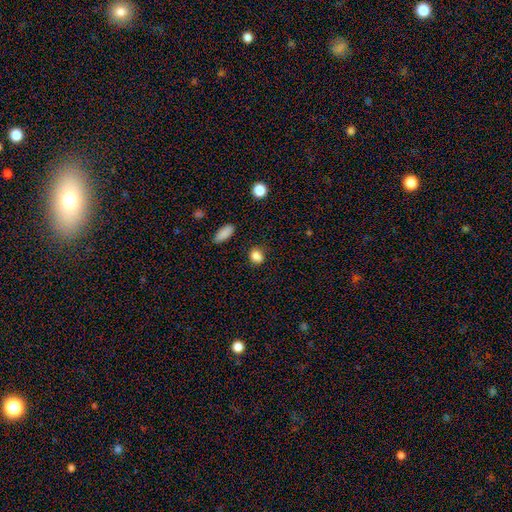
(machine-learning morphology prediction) A smooth galaxy with no disk features (86%) that is round (53%).

Vote fractions:
- Smooth or featured? smooth: 86% / star or artifact: 10% / featured or disk: 4%
- How rounded? round: 53% / in between: 45% / cigar-shaped: 2%
- Merging? none: 81% / minor disturbance: 13% / major disturbance: 3% / merger: 2%